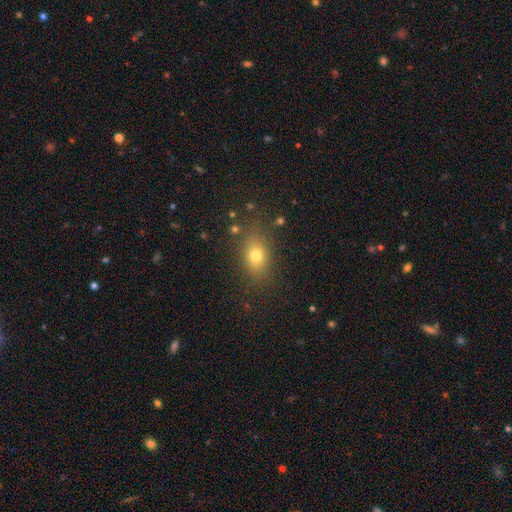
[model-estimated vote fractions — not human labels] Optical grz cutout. It shows a smooth galaxy with no disk features (74%) that is in between round and cigar-shaped (74%). Merging: none (81%).